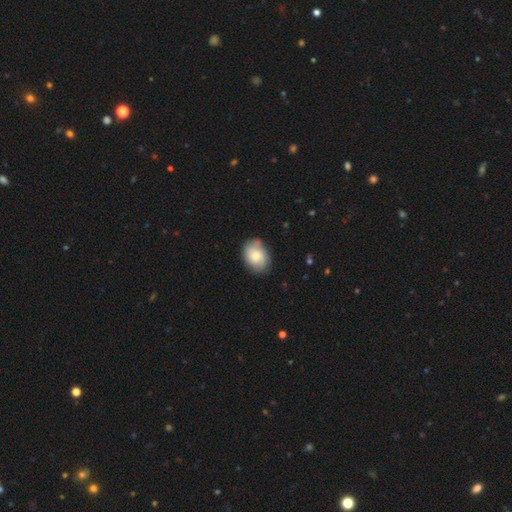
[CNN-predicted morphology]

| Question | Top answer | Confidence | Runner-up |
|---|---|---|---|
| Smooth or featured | smooth | 68% | featured or disk (26%) |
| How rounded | in between | 64% | round (35%) |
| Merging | none | 74% | minor disturbance (20%) |